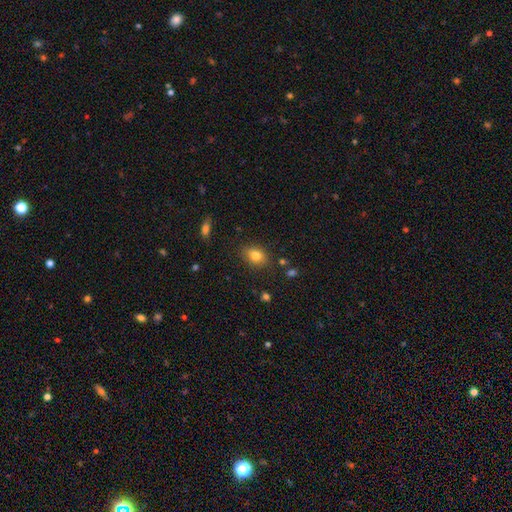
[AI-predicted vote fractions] This is clearly a smooth galaxy (80%). How rounded: likely in between (69%). Merging: clearly none (83%).